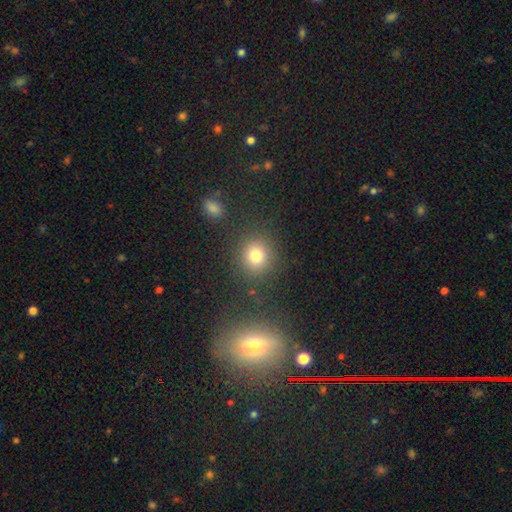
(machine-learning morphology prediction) Smooth or featured? Predicted: smooth (p=0.79). How rounded? Predicted: round (p=0.86). Merging? Predicted: none (p=0.83).